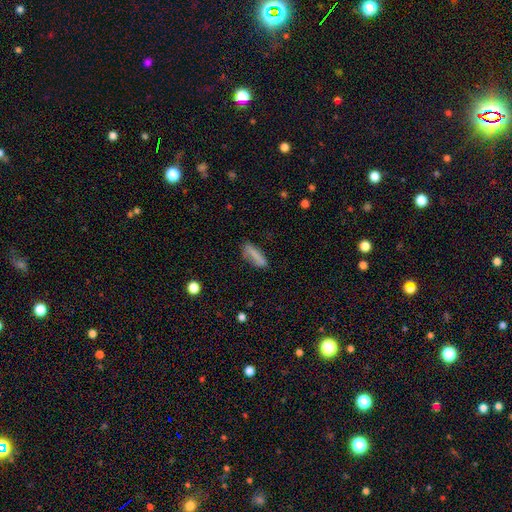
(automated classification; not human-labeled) Overall: smooth (77%). How rounded: cigar-shaped (54%; in between 43%). Merging: none (69%).